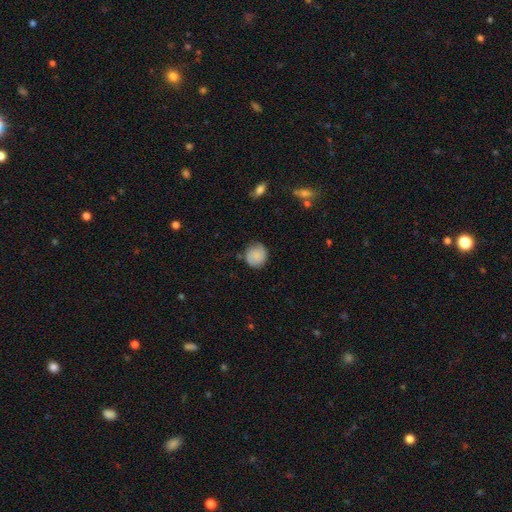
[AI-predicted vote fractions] Morphology: type=smooth (74%); roundness=round (86%); merging=none (78%).